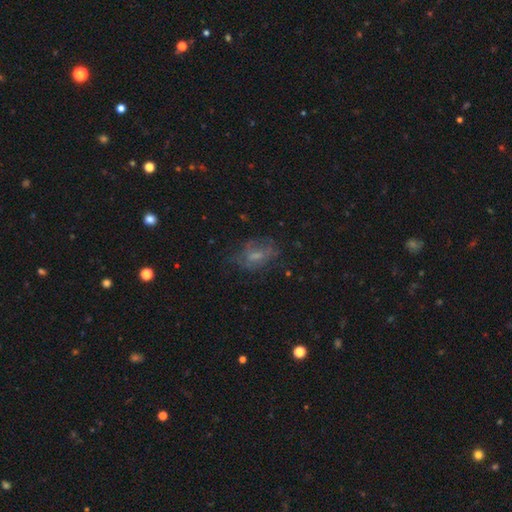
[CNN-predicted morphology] smooth_or_featured: smooth (p=0.42) [alt: featured or disk p=0.41]
merging: none (p=0.54) [alt: minor disturbance p=0.23]